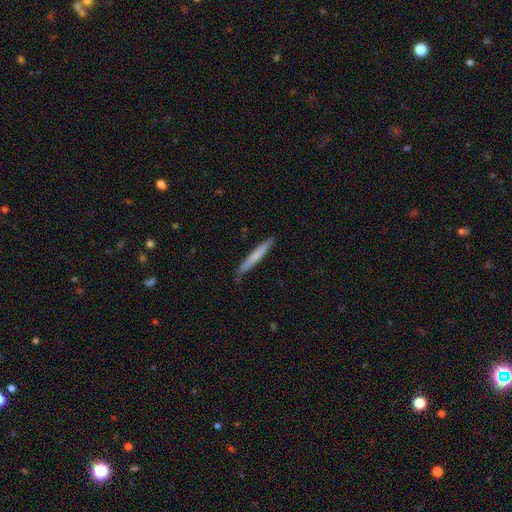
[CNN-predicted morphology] smooth 67%, featured or disk 27%, star or artifact 5%. Down the decision tree: how rounded — cigar-shaped (97%); merging — none (86%).